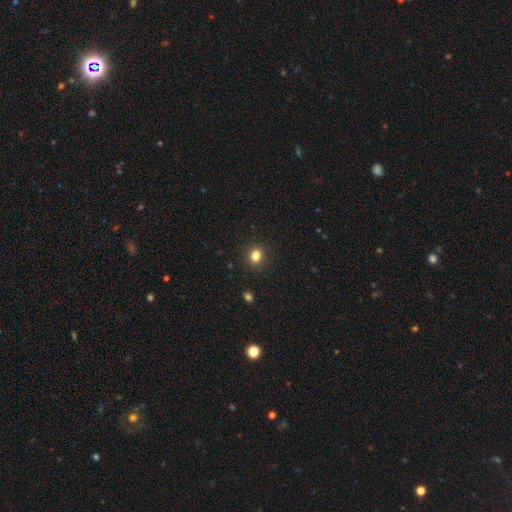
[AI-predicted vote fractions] Smooth or featured?
  - smooth: 82% *
  - star or artifact: 13%
  - featured or disk: 5%
How rounded?
  - round: 72% *
  - in between: 27%
  - cigar-shaped: 1%
Merging?
  - none: 90% *
  - minor disturbance: 7%
  - major disturbance: 2%
  - merger: 1%